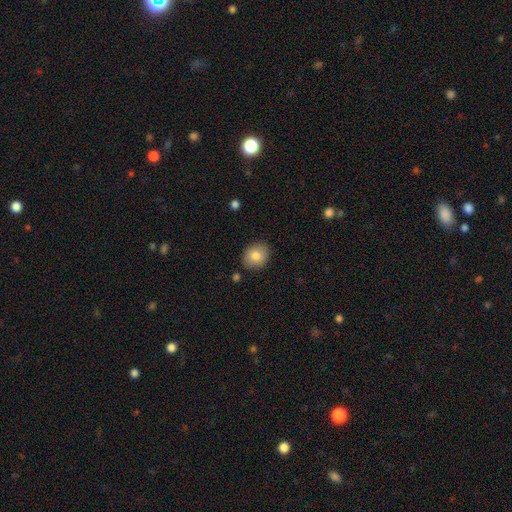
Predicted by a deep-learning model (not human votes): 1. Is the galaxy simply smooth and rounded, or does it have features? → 82% smooth, 10% featured or disk, 8% star or artifact.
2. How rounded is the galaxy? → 61% round, 38% in between, 1% cigar-shaped.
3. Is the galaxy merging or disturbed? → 86% none, 10% minor disturbance, 2% major disturbance, 2% merger.